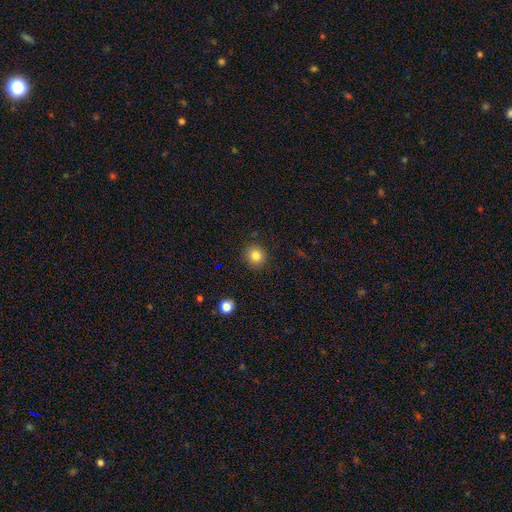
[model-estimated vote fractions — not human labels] The model was most divided on "smooth or featured": smooth: 83%, star or artifact: 12%, featured or disk: 6%. More confident: how rounded — round (90%); merging — none (90%).